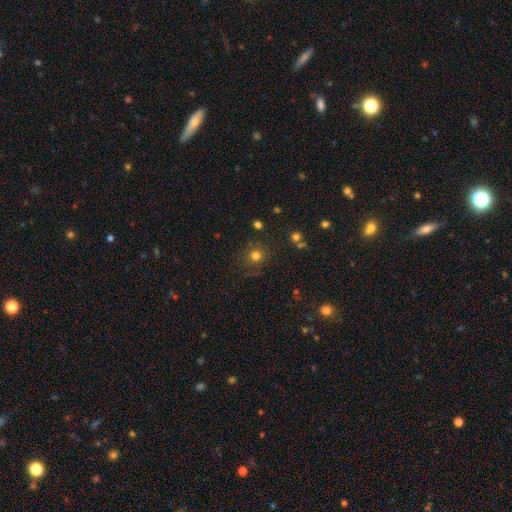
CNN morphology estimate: A smooth galaxy with no disk features (74%) that is round (90%).

Vote fractions:
- Smooth or featured? smooth: 74% / star or artifact: 18% / featured or disk: 8%
- How rounded? round: 90% / in between: 9% / cigar-shaped: 1%
- Merging? none: 81% / minor disturbance: 11% / major disturbance: 5% / merger: 3%